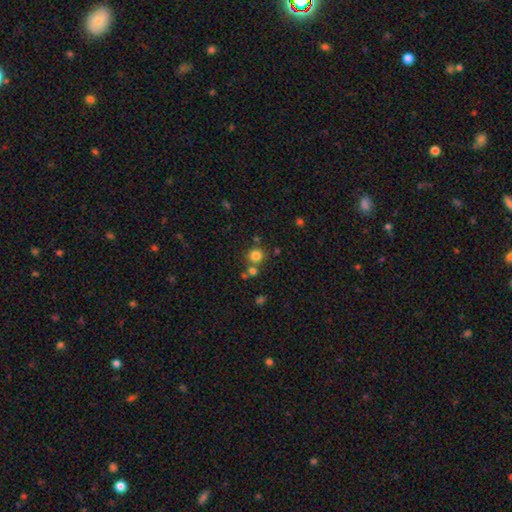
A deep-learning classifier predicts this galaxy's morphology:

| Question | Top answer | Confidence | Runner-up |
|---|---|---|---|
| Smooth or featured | smooth | 79% | star or artifact (14%) |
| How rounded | round | 90% | in between (9%) |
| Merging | none | 71% | merger (18%) |